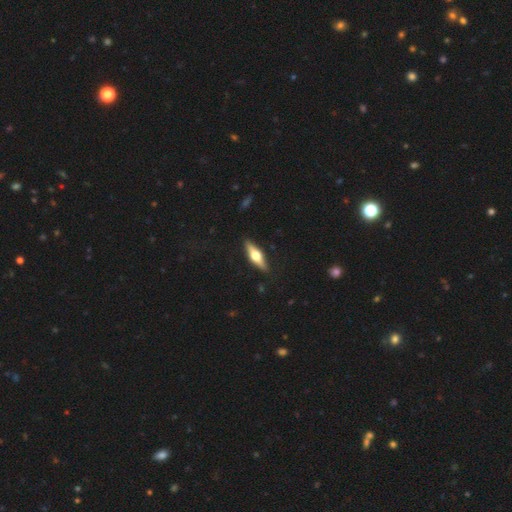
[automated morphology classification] Smooth or featured?
  - featured or disk: 61% *
  - smooth: 33%
  - star or artifact: 6%
Edge-on disk?
  - yes: 94% *
  - no: 6%
Edge-on bulge?
  - rounded: 95% *
  - boxy: 3%
  - none: 2%
Merging?
  - none: 89% *
  - minor disturbance: 8%
  - major disturbance: 2%
  - merger: 1%